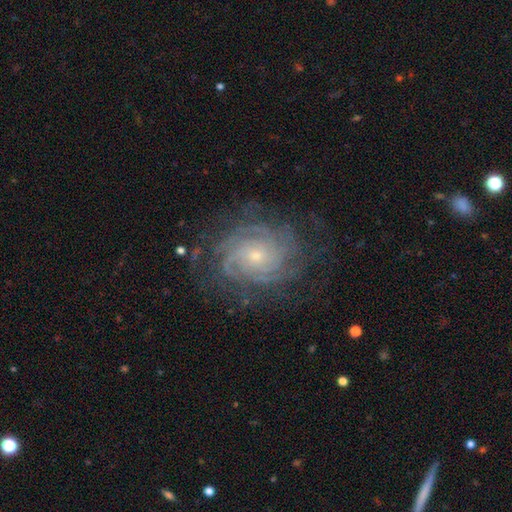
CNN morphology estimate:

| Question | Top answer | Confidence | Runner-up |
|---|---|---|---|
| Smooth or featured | featured or disk | 86% | star or artifact (7%) |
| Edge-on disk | no | 97% | yes (3%) |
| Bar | no | 76% | weak (19%) |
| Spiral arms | yes | 97% | no (3%) |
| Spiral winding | tight | 75% | medium (20%) |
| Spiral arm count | can't tell | 29% | 4 (23%) |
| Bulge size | small | 75% | moderate (21%) |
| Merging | none | 77% | minor disturbance (15%) |